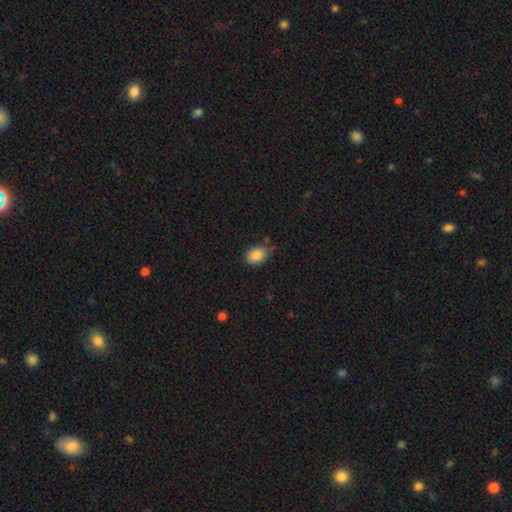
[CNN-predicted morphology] This is clearly a smooth galaxy (87%). How rounded: likely in between (73%). Merging: likely none (71%).